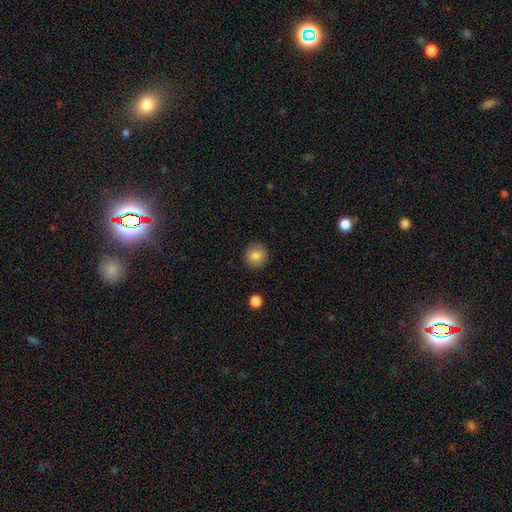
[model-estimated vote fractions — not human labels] Q: Smooth or featured?
A: smooth (84%); runner-up: star or artifact (9%)
Q: How rounded?
A: round (92%); runner-up: in between (7%)
Q: Merging?
A: none (90%); runner-up: minor disturbance (7%)